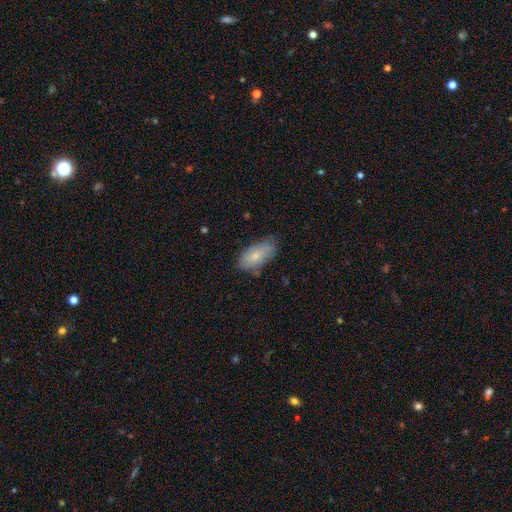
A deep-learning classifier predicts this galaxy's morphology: smooth 77%, featured or disk 16%, star or artifact 7%. Down the decision tree: how rounded — in between (91%); merging — none (70%).